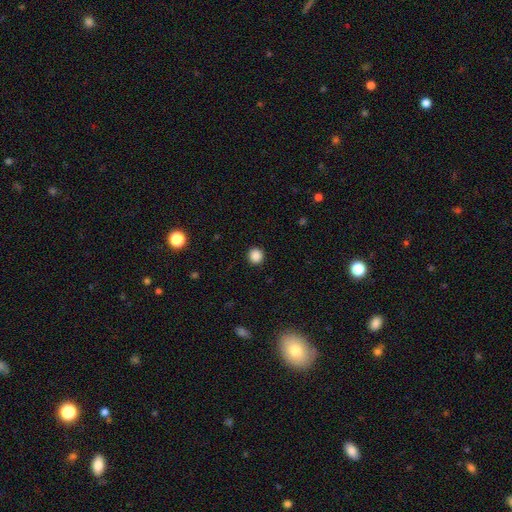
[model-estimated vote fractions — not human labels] This appears to be a smooth galaxy with no disk features (87%) that is round (93%). Merging: none (92%).